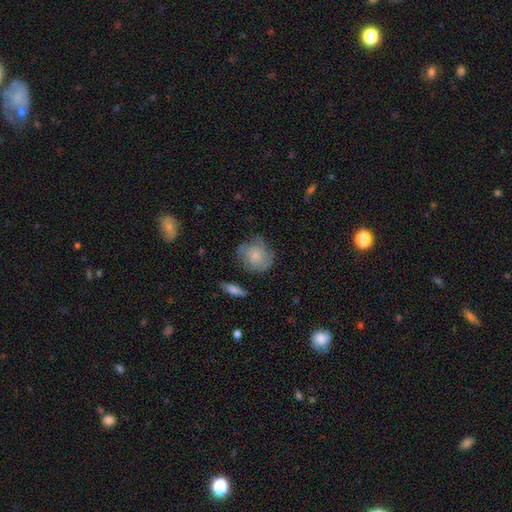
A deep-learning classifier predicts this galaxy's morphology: smooth_or_featured: smooth (p=0.56) [alt: featured or disk p=0.36]
how_rounded: round (p=0.77) [alt: in between p=0.21]
merging: none (p=0.57) [alt: minor disturbance p=0.27]